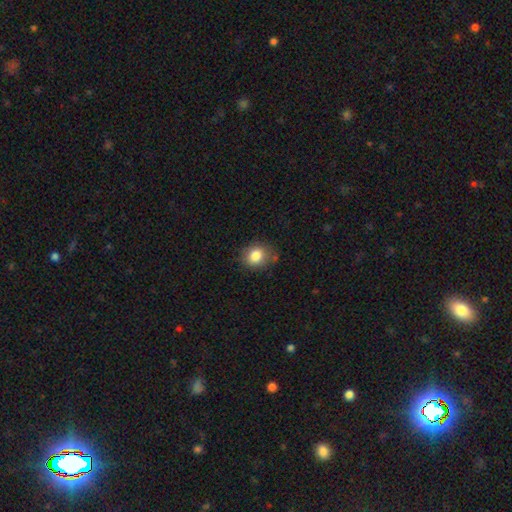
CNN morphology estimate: smooth_or_featured: smooth (p=0.83) [alt: star or artifact p=0.10]
how_rounded: round (p=0.66) [alt: in between p=0.34]
merging: none (p=0.77) [alt: minor disturbance p=0.17]